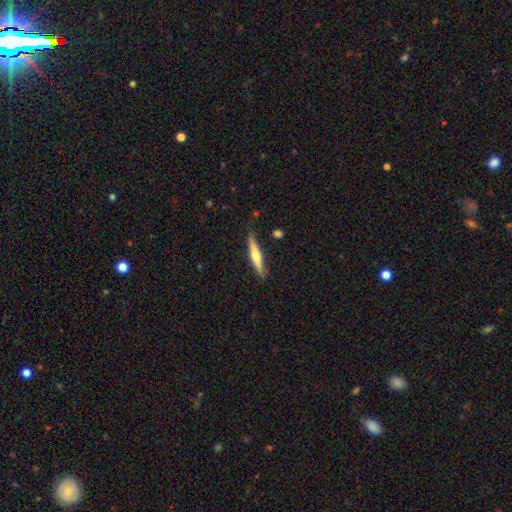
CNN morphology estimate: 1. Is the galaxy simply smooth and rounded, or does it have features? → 56% featured or disk, 38% smooth, 5% star or artifact.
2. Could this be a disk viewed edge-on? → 96% yes, 4% no.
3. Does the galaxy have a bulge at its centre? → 89% rounded, 7% none, 4% boxy.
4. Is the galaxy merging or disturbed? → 85% none, 11% minor disturbance, 2% major disturbance, 2% merger.